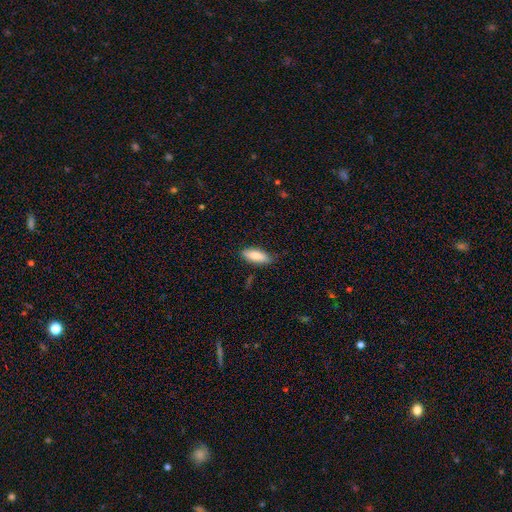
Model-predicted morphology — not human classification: This is clearly a smooth galaxy (85%). How rounded: likely in between (77%). Merging: likely none (79%).